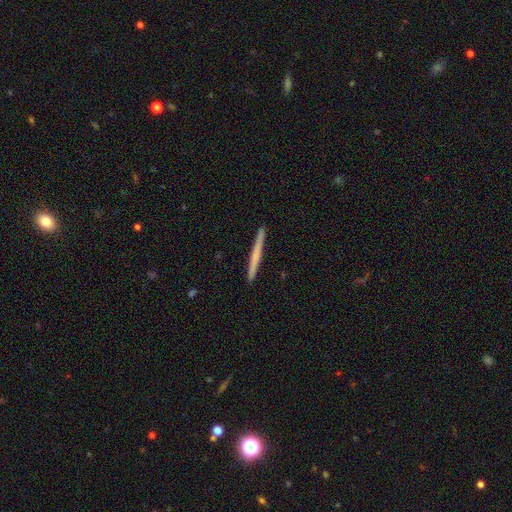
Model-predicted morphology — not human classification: This is possibly a smooth galaxy (52%). How rounded: clearly cigar-shaped (97%). Merging: clearly none (93%).